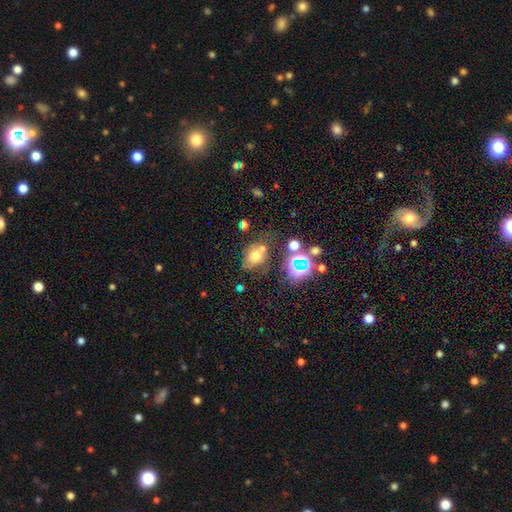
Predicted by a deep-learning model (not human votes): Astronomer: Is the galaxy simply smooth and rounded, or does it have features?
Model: smooth — 59%.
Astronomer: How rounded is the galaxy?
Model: in between — 57% (runner-up: round, 42%).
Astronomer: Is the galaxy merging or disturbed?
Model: none — 50%.